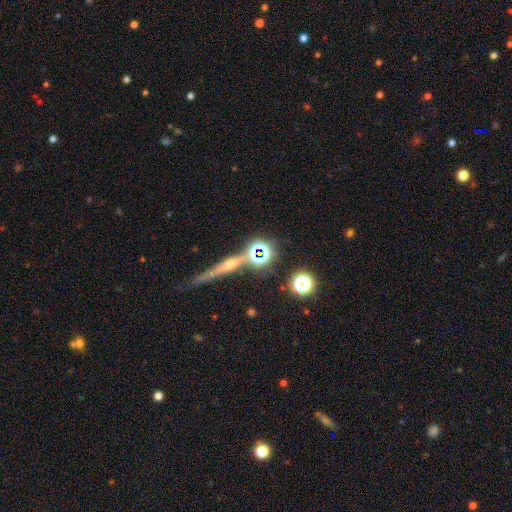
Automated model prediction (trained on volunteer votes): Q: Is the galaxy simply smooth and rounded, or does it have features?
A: featured or disk — 46%.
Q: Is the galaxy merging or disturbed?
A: none — 76%.